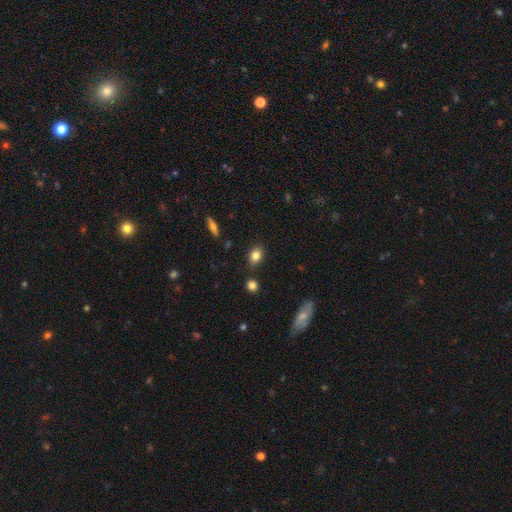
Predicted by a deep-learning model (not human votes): smooth-or-featured: smooth: 83% | star or artifact: 9% | featured or disk: 8%
  how-rounded: in between: 66% | round: 32% | cigar-shaped: 2%
  merging: none: 85% | minor disturbance: 10% | merger: 3% | major disturbance: 2%